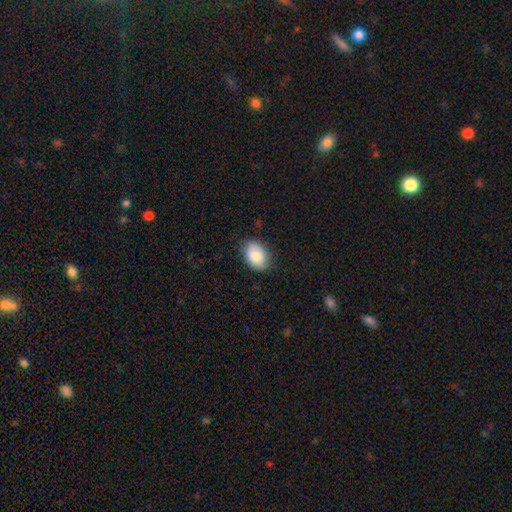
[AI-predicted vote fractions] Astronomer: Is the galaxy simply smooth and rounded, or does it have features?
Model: smooth — 84%.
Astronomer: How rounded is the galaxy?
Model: in between — 82%.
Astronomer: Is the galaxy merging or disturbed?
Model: none — 79%.